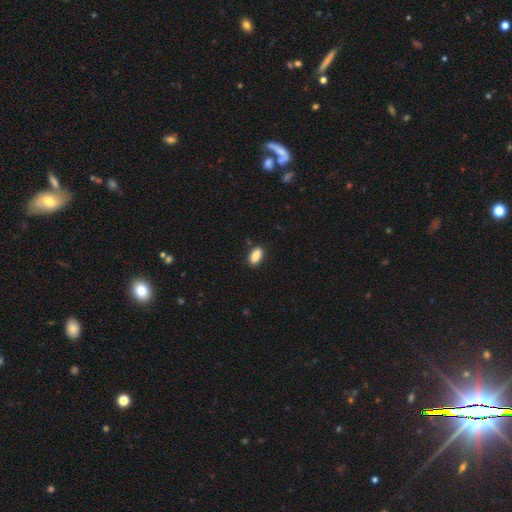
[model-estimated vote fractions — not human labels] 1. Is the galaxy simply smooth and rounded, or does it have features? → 89% smooth, 7% star or artifact, 4% featured or disk.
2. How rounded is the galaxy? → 91% in between, 6% cigar-shaped, 4% round.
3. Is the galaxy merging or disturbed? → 88% none, 9% minor disturbance, 2% major disturbance, 1% merger.